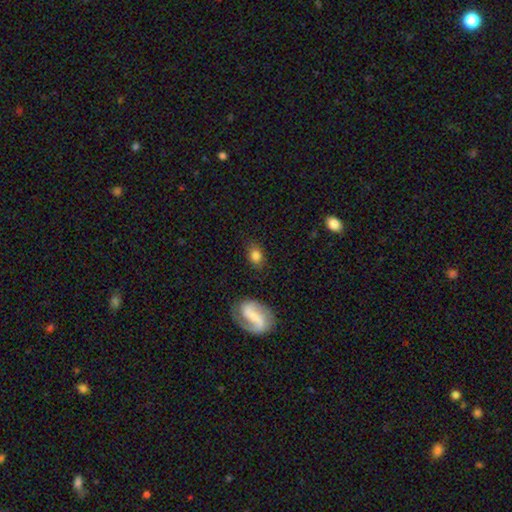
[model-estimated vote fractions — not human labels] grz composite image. It shows a smooth galaxy with no disk features (77%) that is in between round and cigar-shaped (68%). Merging: none (78%).